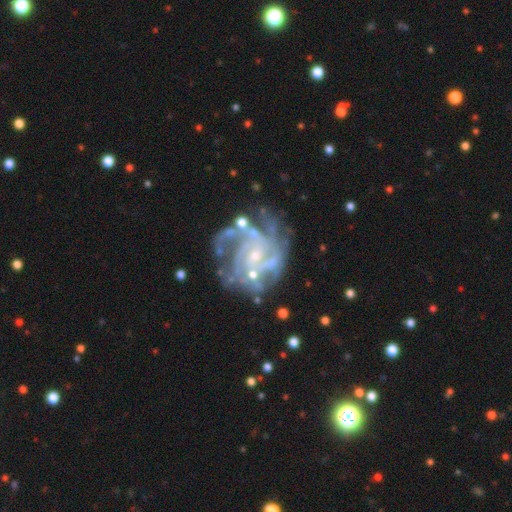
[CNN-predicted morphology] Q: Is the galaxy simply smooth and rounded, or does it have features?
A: featured or disk — 88%.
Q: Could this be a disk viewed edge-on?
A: no — 98%.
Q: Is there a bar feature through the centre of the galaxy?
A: no — 62%.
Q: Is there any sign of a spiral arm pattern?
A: yes — 94%.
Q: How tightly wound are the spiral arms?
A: tight — 55%.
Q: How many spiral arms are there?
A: can't tell — 26%.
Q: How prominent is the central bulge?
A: small — 69%.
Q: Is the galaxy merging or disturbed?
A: none — 58%.